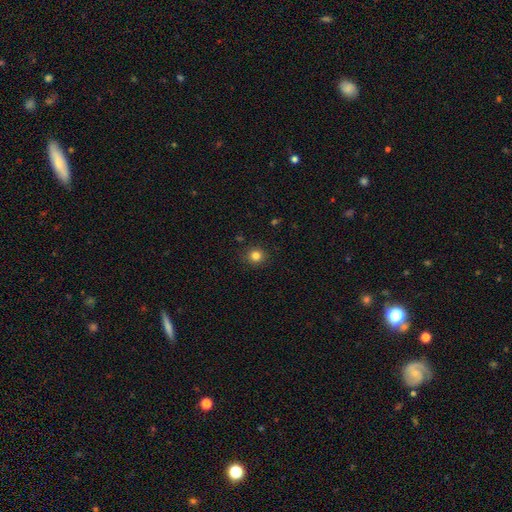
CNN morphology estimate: smooth 82%, star or artifact 13%, featured or disk 5%. Down the decision tree: how rounded — round (89%); merging — none (89%).